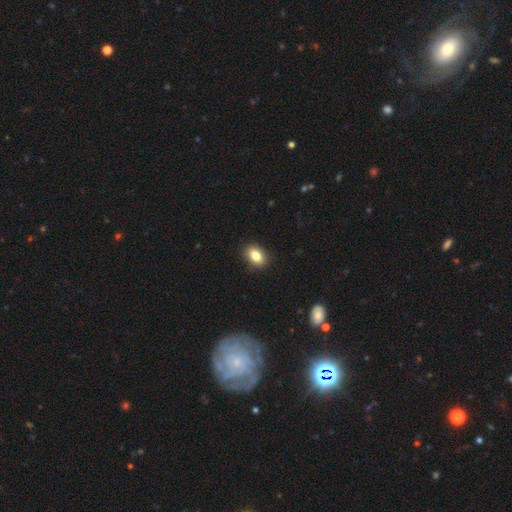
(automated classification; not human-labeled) The model was most divided on "how rounded": in between: 82%, round: 17%, cigar-shaped: 2%. More confident: merging — none (89%); smooth or featured — smooth (82%).